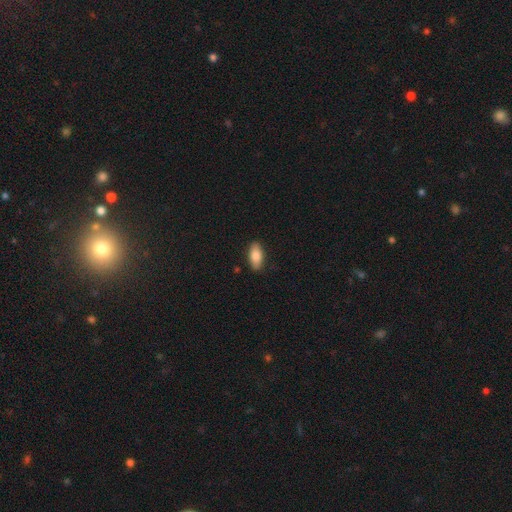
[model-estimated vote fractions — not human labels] Smooth or featured? smooth (83%)
How rounded? in between (86%)
Merging? none (88%)